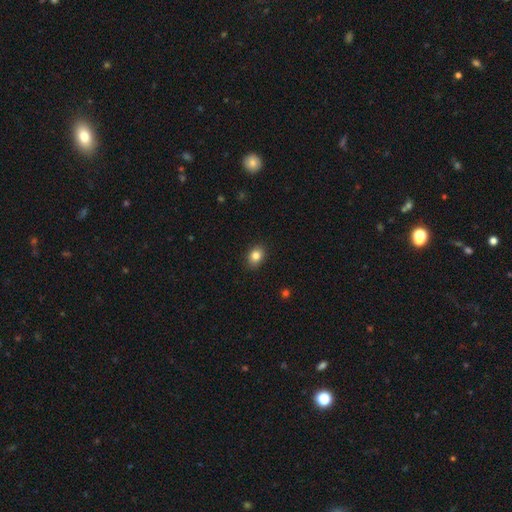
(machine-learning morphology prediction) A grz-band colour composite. It shows a smooth galaxy with no disk features (83%) that is in between round and cigar-shaped (68%). Merging: none (89%).